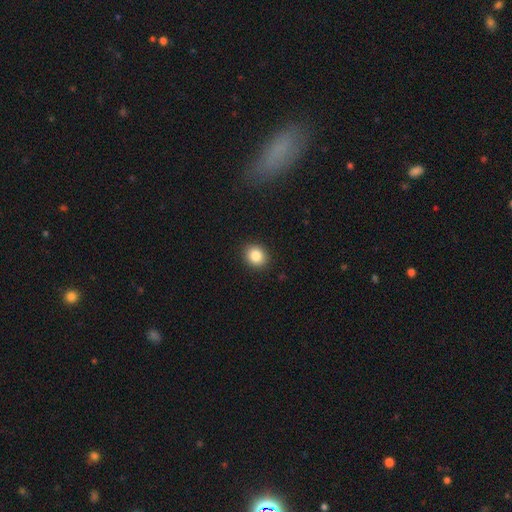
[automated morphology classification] smooth_or_featured: smooth (p=0.86) [alt: star or artifact p=0.09]
how_rounded: round (p=0.65) [alt: in between p=0.34]
merging: none (p=0.90) [alt: minor disturbance p=0.07]